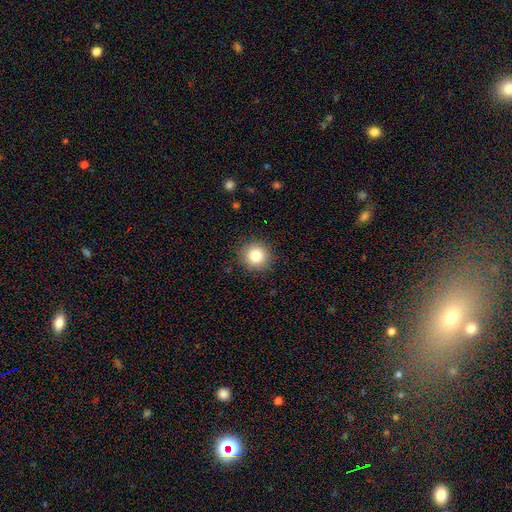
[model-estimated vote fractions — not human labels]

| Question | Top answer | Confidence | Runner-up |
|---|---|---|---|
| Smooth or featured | smooth | 83% | star or artifact (10%) |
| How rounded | round | 92% | in between (7%) |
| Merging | none | 90% | minor disturbance (7%) |